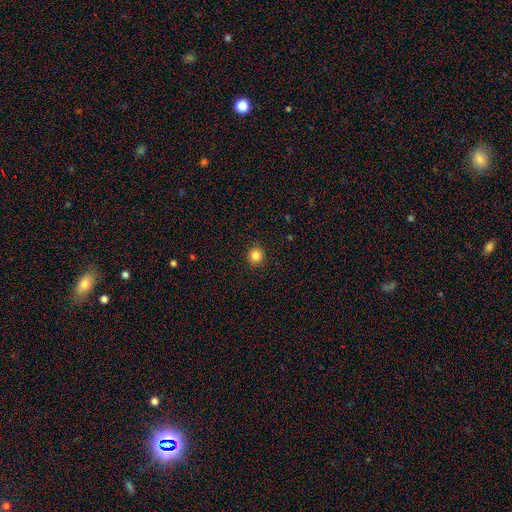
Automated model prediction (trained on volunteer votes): Overall: smooth (85%). How rounded: round (92%). Merging: none (92%).